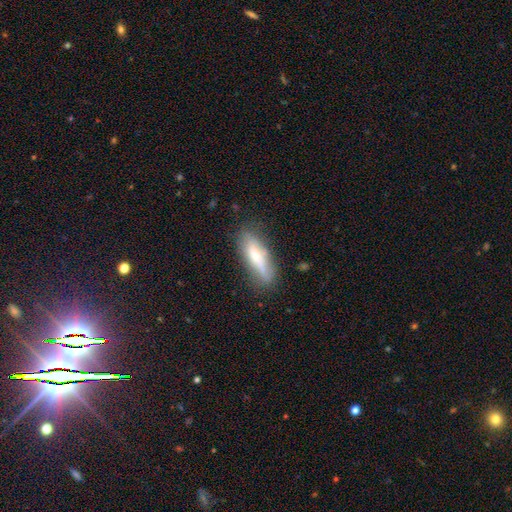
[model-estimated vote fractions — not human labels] Smooth or featured? Predicted: smooth (p=0.58). How rounded? Predicted: cigar-shaped (p=0.57). Merging? Predicted: none (p=0.70).